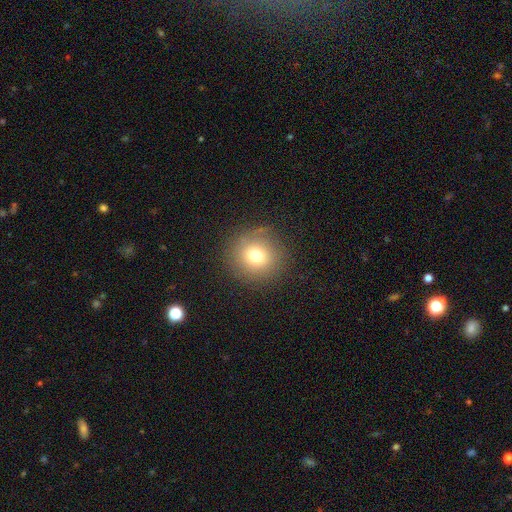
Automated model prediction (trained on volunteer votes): Morphology: type=smooth (73%); roundness=round (93%); merging=none (87%).